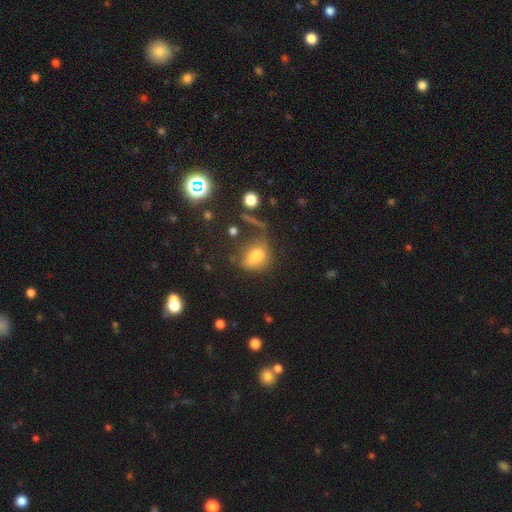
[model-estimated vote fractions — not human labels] Smooth or featured: smooth — 71% (star or artifact — 16%)
How rounded: in between — 70% (round — 27%)
Merging: none — 47% (minor disturbance — 24%)